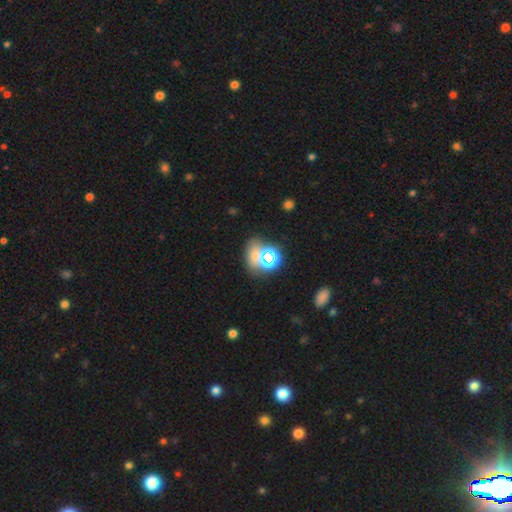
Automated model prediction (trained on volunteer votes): star or artifact 46%, smooth 39%, featured or disk 15%.